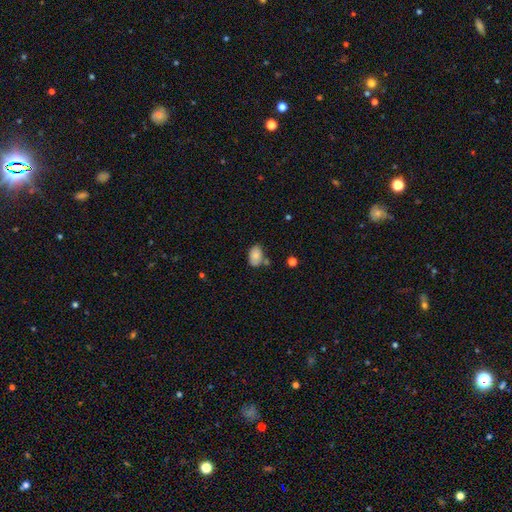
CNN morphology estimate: A smooth galaxy with no disk features (83%) that is in between round and cigar-shaped (89%).

Vote fractions:
- Smooth or featured? smooth: 83% / featured or disk: 9% / star or artifact: 8%
- How rounded? in between: 89% / round: 10% / cigar-shaped: 1%
- Merging? none: 59% / minor disturbance: 24% / merger: 11% / major disturbance: 5%